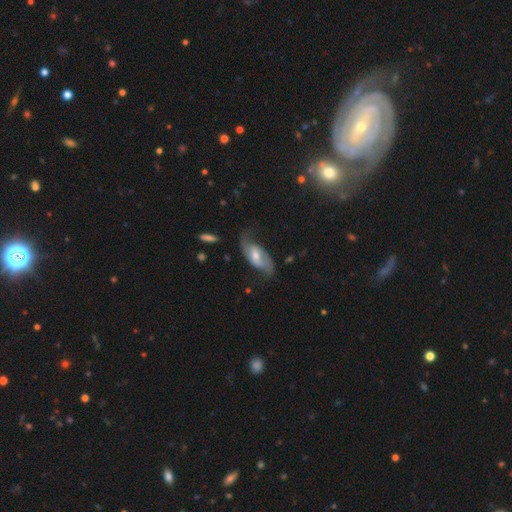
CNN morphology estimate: Smooth or featured?
  - featured or disk: 67% *
  - smooth: 27%
  - star or artifact: 6%
Edge-on disk?
  - no: 91% *
  - yes: 9%
Bar?
  - weak: 44% *
  - no: 33%
  - strong: 23%
Spiral arms?
  - yes: 86% *
  - no: 14%
Spiral winding?
  - loose: 56% *
  - medium: 31%
  - tight: 13%
Spiral arm count?
  - 2: 80% *
  - can't tell: 9%
  - 1: 8%
  - 3: 1%
  - 4: 1%
  - more than 4: 1%
Bulge size?
  - moderate: 59% *
  - small: 33%
  - large: 5%
  - none: 2%
  - dominant: 1%
Merging?
  - none: 52% *
  - minor disturbance: 27%
  - major disturbance: 18%
  - merger: 2%